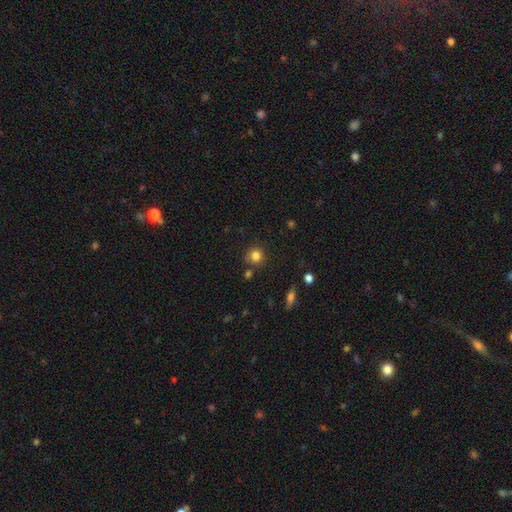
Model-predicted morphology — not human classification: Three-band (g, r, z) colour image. It shows a smooth galaxy with no disk features (82%) that is round (86%). Merging: none (77%).